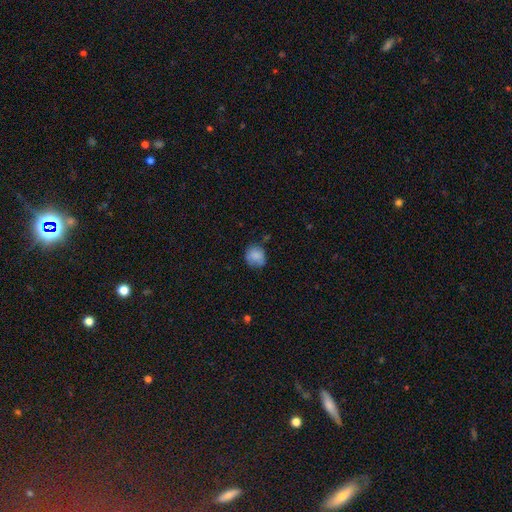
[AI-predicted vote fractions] This is clearly a smooth galaxy (81%). How rounded: likely round (76%). Merging: likely none (63%).